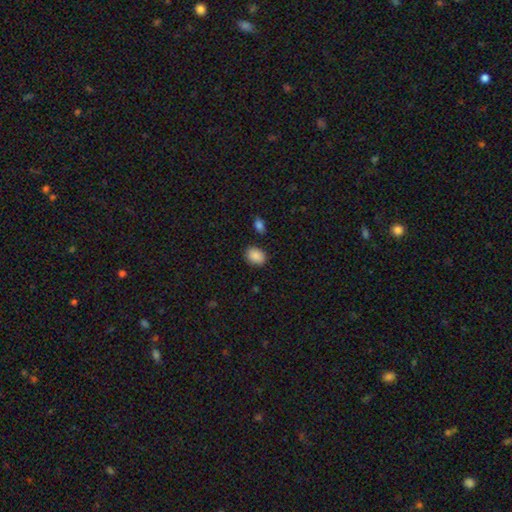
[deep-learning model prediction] A smooth galaxy with no disk features (89%) that is in between round and cigar-shaped (63%). Merging: none (85%).